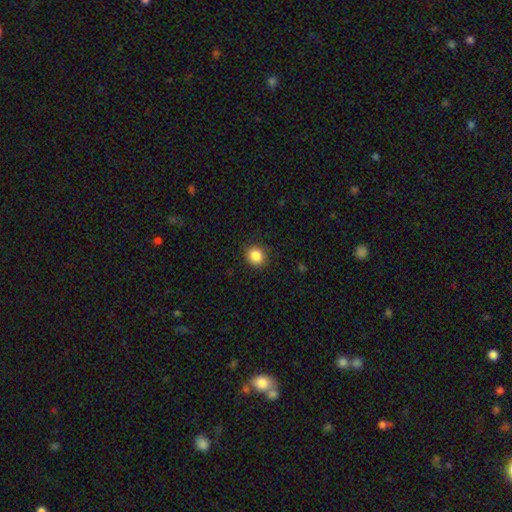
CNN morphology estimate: smooth 86%, star or artifact 10%, featured or disk 4%. Down the decision tree: how rounded — round (83%); merging — none (88%).